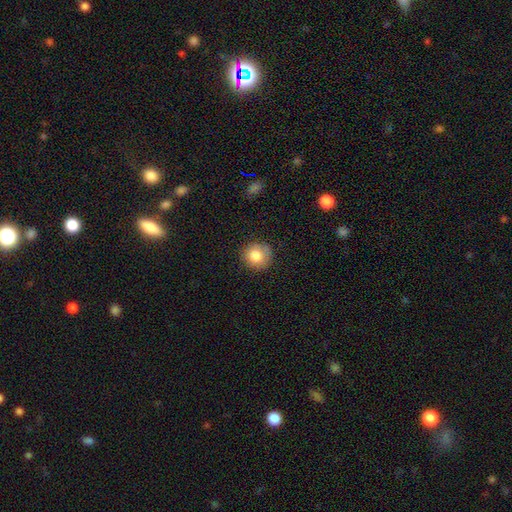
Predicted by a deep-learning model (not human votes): Q: Smooth or featured?
A: smooth (83%); runner-up: star or artifact (9%)
Q: How rounded?
A: round (89%); runner-up: in between (10%)
Q: Merging?
A: none (79%); runner-up: minor disturbance (16%)